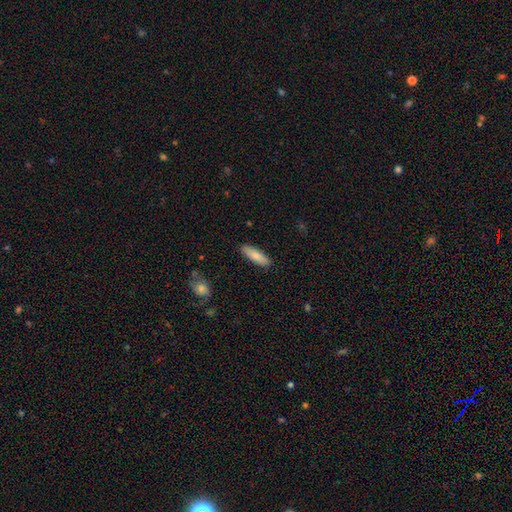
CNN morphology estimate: This appears to be a smooth galaxy with no disk features (81%) that is cigar-shaped (57%). Merging: none (89%).